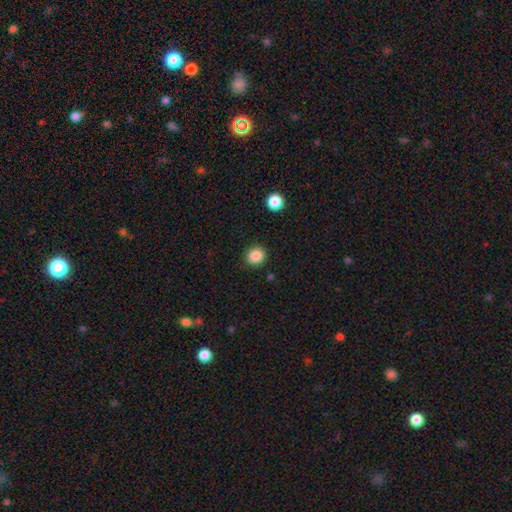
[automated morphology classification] smooth_or_featured: smooth (p=0.87) [alt: star or artifact p=0.10]
how_rounded: round (p=0.84) [alt: in between p=0.15]
merging: none (p=0.90) [alt: minor disturbance p=0.07]